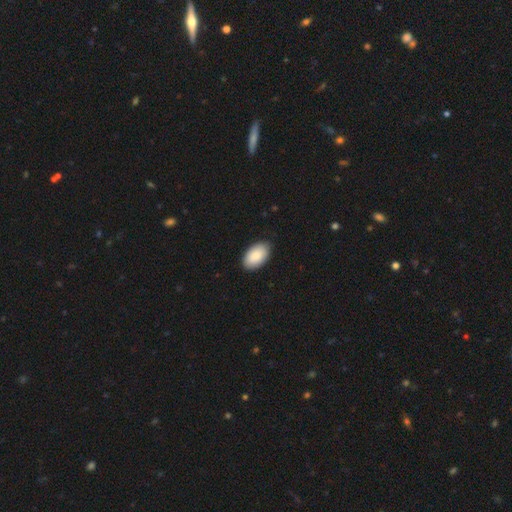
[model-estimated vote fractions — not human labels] Overall: smooth (89%). How rounded: in between (95%). Merging: none (88%).